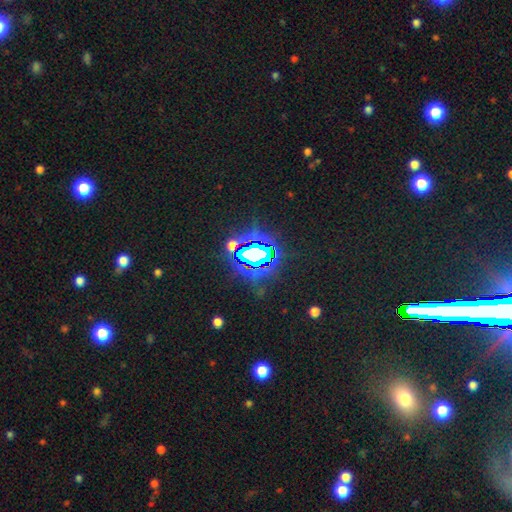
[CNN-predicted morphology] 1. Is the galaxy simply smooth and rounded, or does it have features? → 80% star or artifact, 12% smooth, 8% featured or disk.